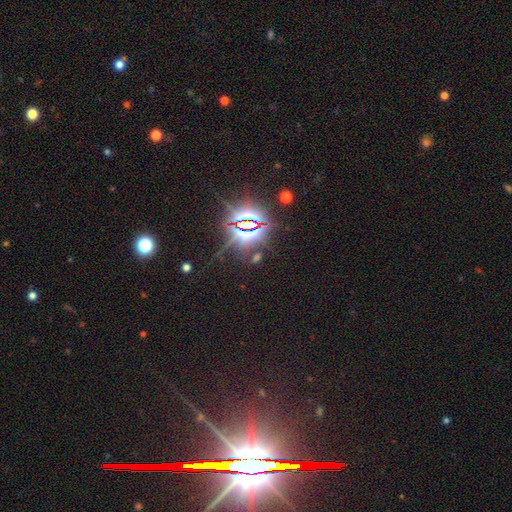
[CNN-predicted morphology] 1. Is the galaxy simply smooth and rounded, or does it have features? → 84% star or artifact, 9% smooth, 7% featured or disk.